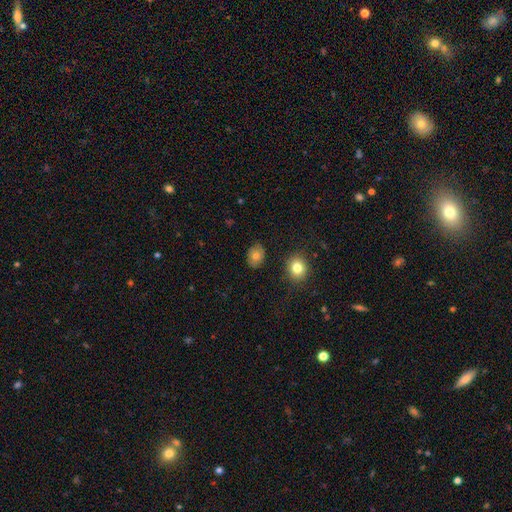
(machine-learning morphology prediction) Smooth or featured? Predicted: smooth (p=0.73). How rounded? Predicted: in between (p=0.62). Merging? Predicted: none (p=0.81).